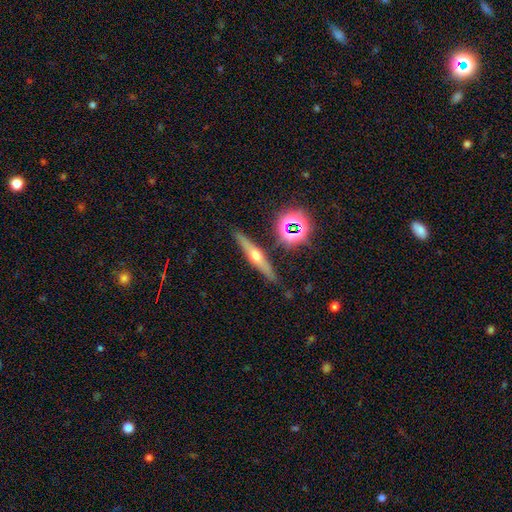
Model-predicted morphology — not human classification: A featured or disk galaxy (59%) viewed edge-on (94%) with a rounded central bulge (91%). Merging: none (86%).